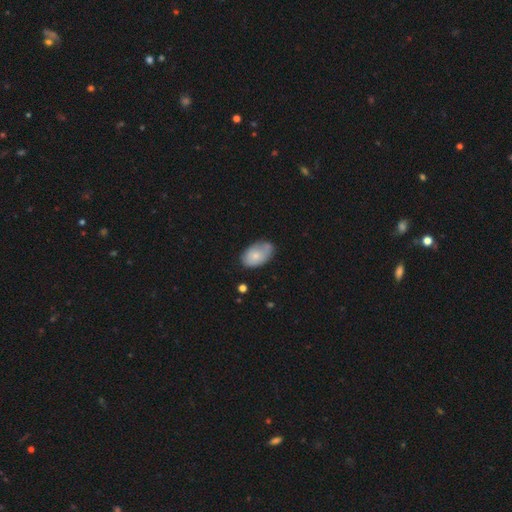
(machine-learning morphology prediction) A smooth galaxy with no disk features (70%) that is in between round and cigar-shaped (91%). Merging: none (53%).